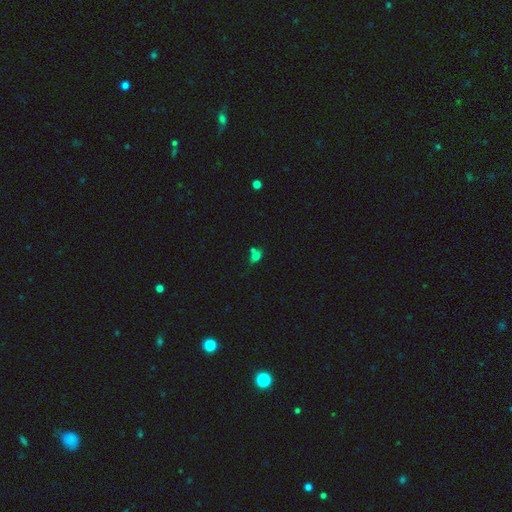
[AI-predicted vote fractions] A smooth galaxy with no disk features (69%) that is in between round and cigar-shaped (59%). Merging: none (43%).